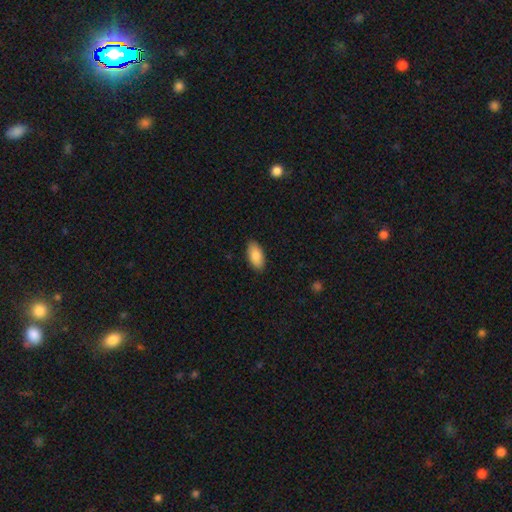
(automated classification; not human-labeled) Overall: smooth (88%). How rounded: in between (93%). Merging: none (88%).